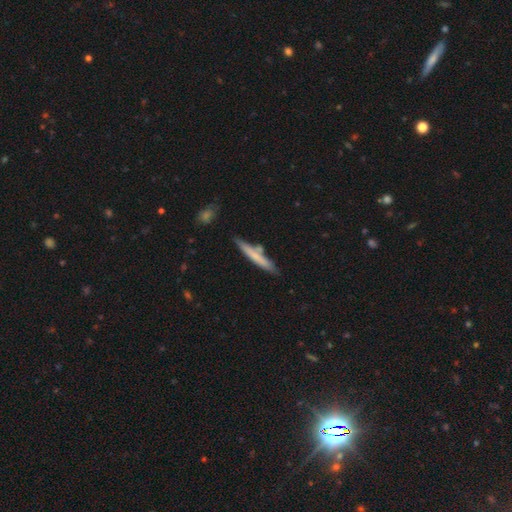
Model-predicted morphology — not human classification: Overall: smooth (62%; featured or disk 32%). How rounded: cigar-shaped (94%). Merging: none (75%).